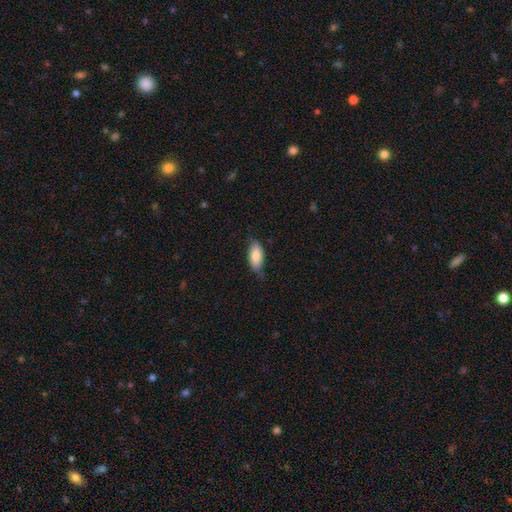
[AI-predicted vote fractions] This appears to be a smooth galaxy with no disk features (79%) that is in between round and cigar-shaped (86%). Merging: none (64%).